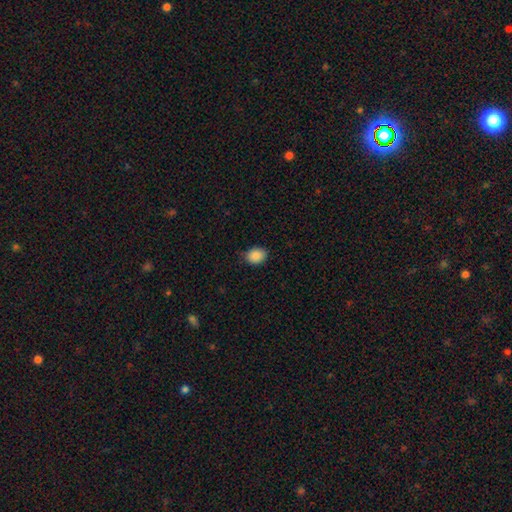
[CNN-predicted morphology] The model was most divided on "how rounded": in between: 52%, round: 47%, cigar-shaped: 1%. More confident: smooth or featured — smooth (88%); merging — none (81%).